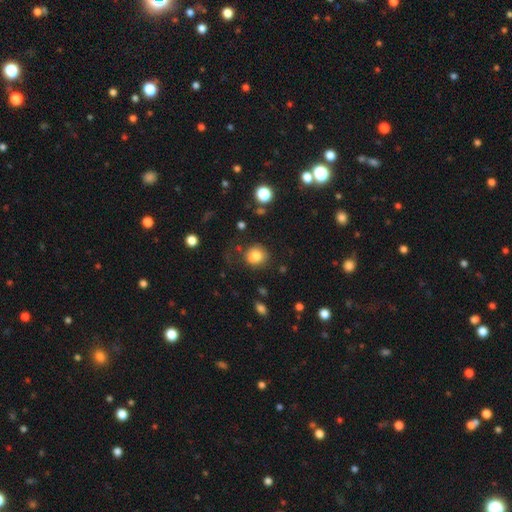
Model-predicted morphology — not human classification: Smooth or featured: smooth — 81% (star or artifact — 10%)
How rounded: round — 85% (in between — 14%)
Merging: none — 79% (minor disturbance — 13%)